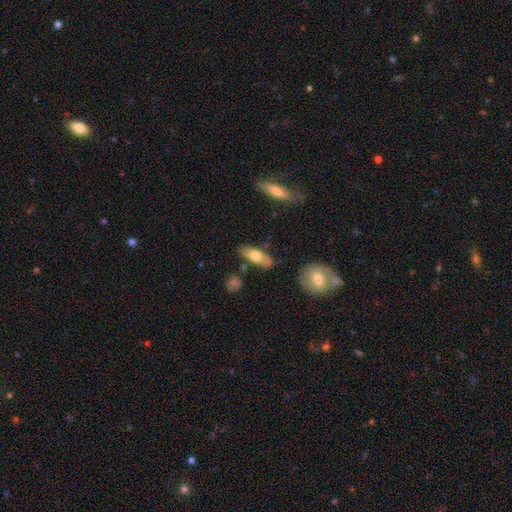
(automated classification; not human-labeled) This appears to be a smooth galaxy with no disk features (67%) that is in between round and cigar-shaped (75%). Merging: none (74%).